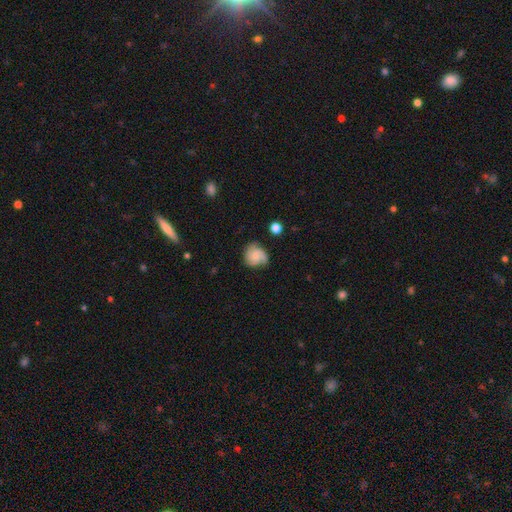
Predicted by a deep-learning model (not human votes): The model was most divided on "smooth or featured": featured or disk: 49%, smooth: 43%, star or artifact: 8%. More confident: merging — none (63%).